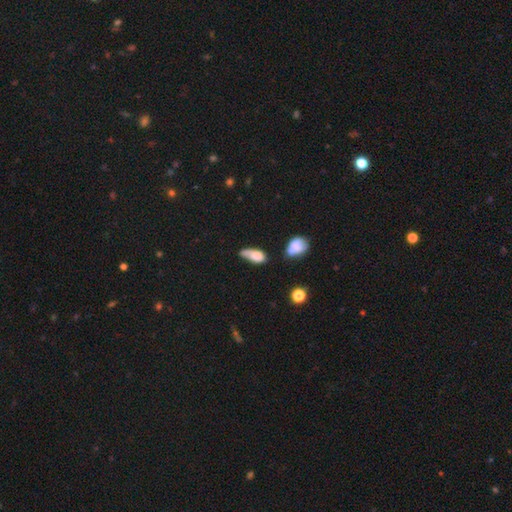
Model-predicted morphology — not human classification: A smooth galaxy with no disk features (71%) that is in between round and cigar-shaped (80%). Merging: minor disturbance (34%).